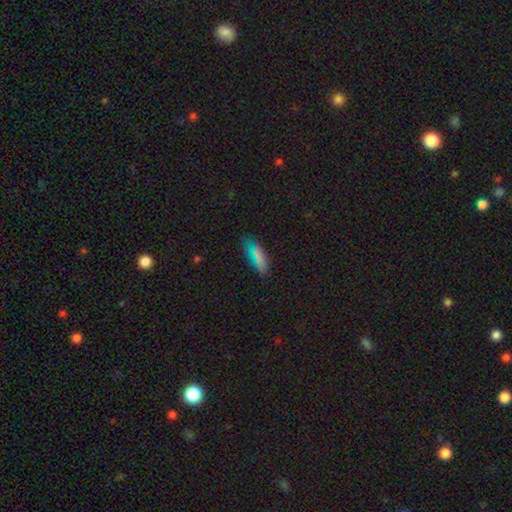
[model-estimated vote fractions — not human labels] Morphology: type=smooth (71%); roundness=in between (71%); merging=none (81%).